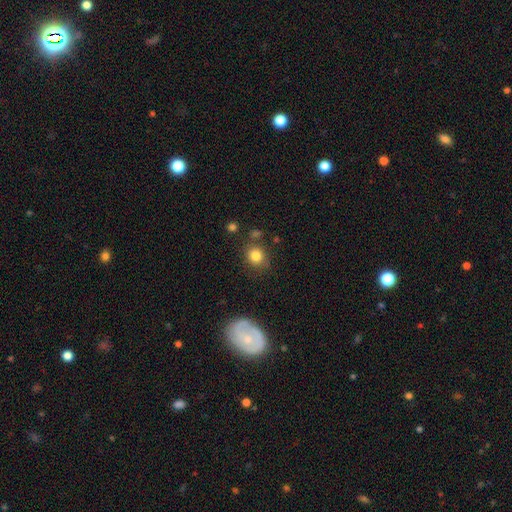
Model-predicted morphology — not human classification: Smooth or featured?
  - smooth: 82% *
  - star or artifact: 11%
  - featured or disk: 7%
How rounded?
  - round: 79% *
  - in between: 20%
  - cigar-shaped: 1%
Merging?
  - none: 77% *
  - minor disturbance: 13%
  - merger: 6%
  - major disturbance: 4%